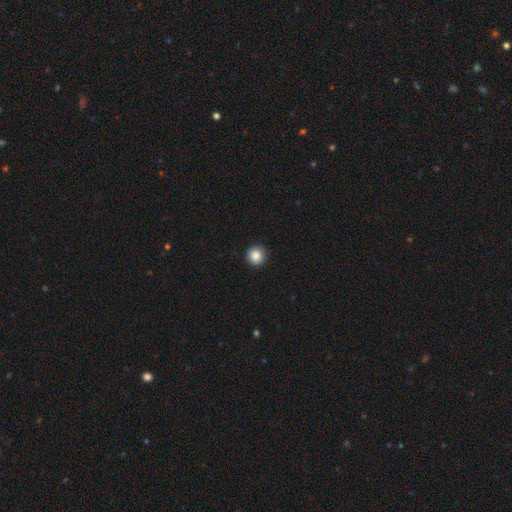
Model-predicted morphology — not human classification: smooth_or_featured: smooth (p=0.87) [alt: star or artifact p=0.09]
how_rounded: round (p=0.95) [alt: in between p=0.04]
merging: none (p=0.92) [alt: minor disturbance p=0.05]